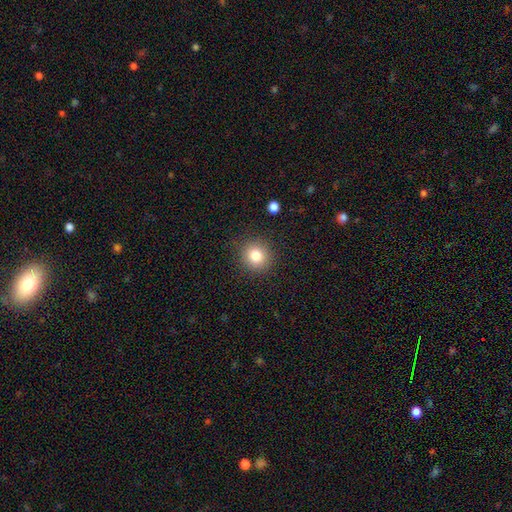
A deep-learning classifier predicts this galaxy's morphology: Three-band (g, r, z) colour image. It shows a smooth galaxy with no disk features (81%) that is round (90%). Merging: none (88%).